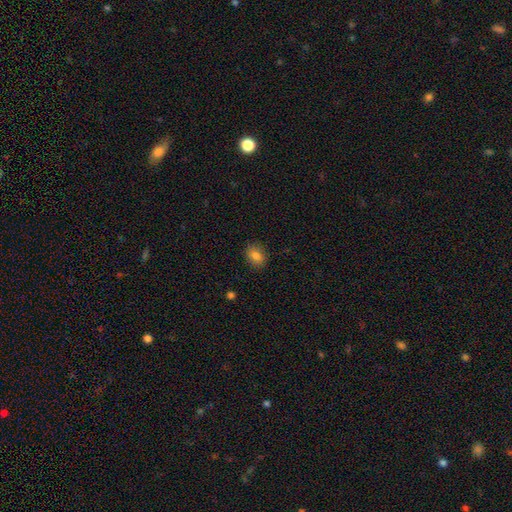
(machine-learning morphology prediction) smooth_or_featured: smooth (p=0.83) [alt: star or artifact p=0.10]
how_rounded: in between (p=0.64) [alt: round p=0.34]
merging: none (p=0.87) [alt: minor disturbance p=0.10]